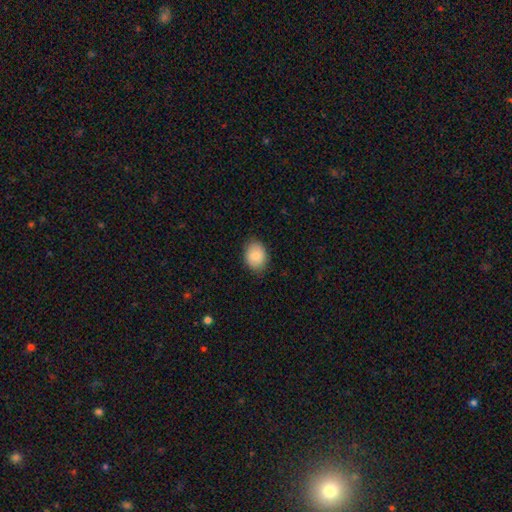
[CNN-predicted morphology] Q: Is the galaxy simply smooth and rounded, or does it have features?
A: smooth — 86%.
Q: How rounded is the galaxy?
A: in between — 66%.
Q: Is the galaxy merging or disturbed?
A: none — 84%.